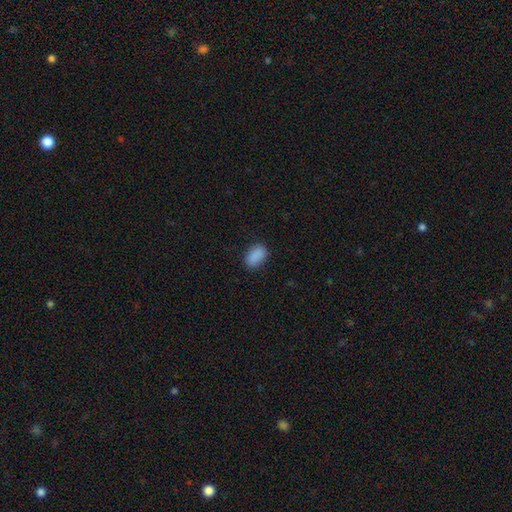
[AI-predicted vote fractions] smooth_or_featured: smooth (p=0.89) [alt: star or artifact p=0.08]
how_rounded: in between (p=0.90) [alt: round p=0.08]
merging: none (p=0.85) [alt: minor disturbance p=0.12]